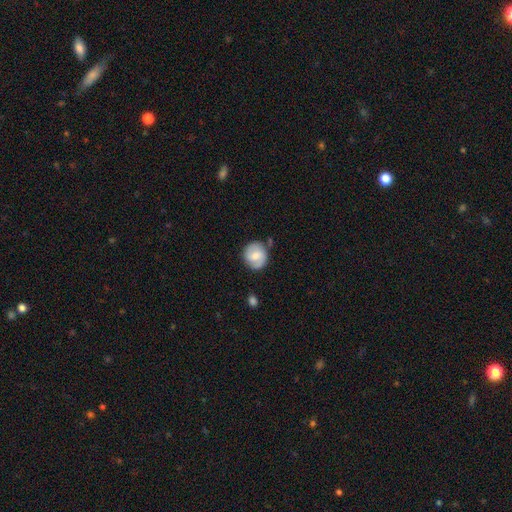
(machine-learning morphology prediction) A smooth galaxy with no disk features (50%) that is round (83%). Merging: none (72%).